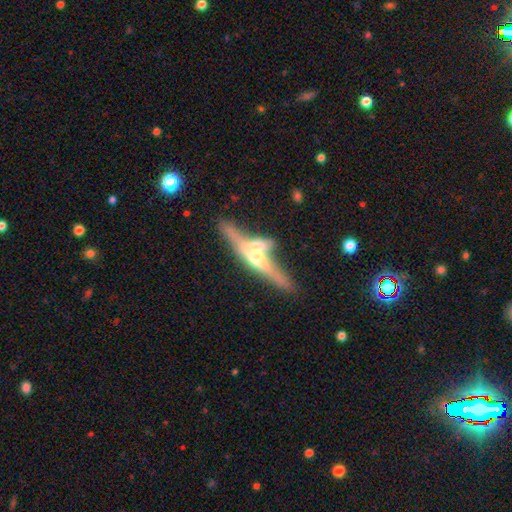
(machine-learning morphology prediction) A featured or disk galaxy (74%) viewed edge-on (91%) with a rounded central bulge (88%).

Vote fractions:
- Smooth or featured? featured or disk: 74% / smooth: 20% / star or artifact: 6%
- Edge-on disk? yes: 91% / no: 9%
- Edge-on bulge? rounded: 88% / boxy: 7% / none: 5%
- Merging? none: 44% / merger: 35% / minor disturbance: 14% / major disturbance: 8%